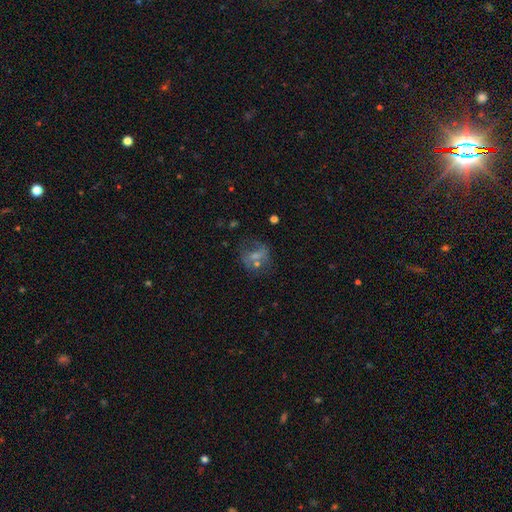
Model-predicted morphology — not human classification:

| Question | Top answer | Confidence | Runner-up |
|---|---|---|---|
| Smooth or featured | smooth | 49% | featured or disk (35%) |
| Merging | none | 45% | major disturbance (21%) |